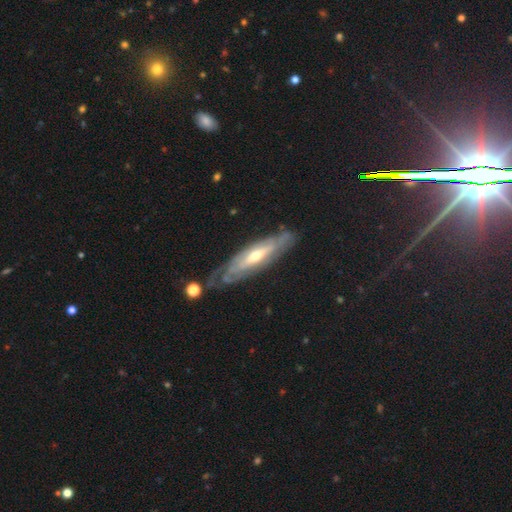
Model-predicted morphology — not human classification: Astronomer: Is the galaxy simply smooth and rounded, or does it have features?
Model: featured or disk — 80%.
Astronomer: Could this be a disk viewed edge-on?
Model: no — 64%.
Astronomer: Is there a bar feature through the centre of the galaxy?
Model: no — 50% (runner-up: weak, 32%).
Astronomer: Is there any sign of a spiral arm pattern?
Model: yes — 78%.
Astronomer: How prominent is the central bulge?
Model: moderate — 58% (runner-up: small, 36%).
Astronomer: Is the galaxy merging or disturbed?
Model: none — 66%.